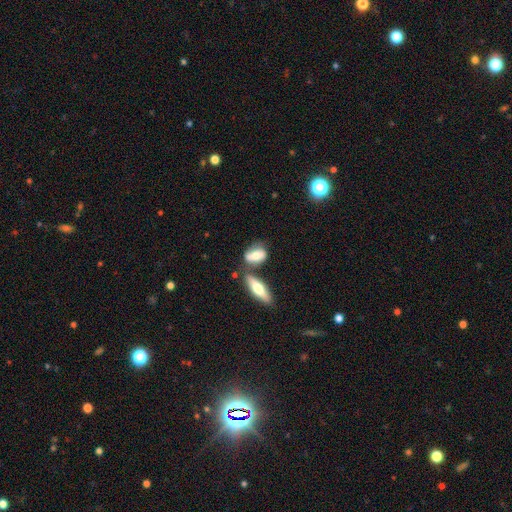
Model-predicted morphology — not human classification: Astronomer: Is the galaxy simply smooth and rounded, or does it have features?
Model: smooth — 65%.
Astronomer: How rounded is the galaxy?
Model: in between — 78%.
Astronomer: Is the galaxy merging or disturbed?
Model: none — 48% (runner-up: merger, 28%).